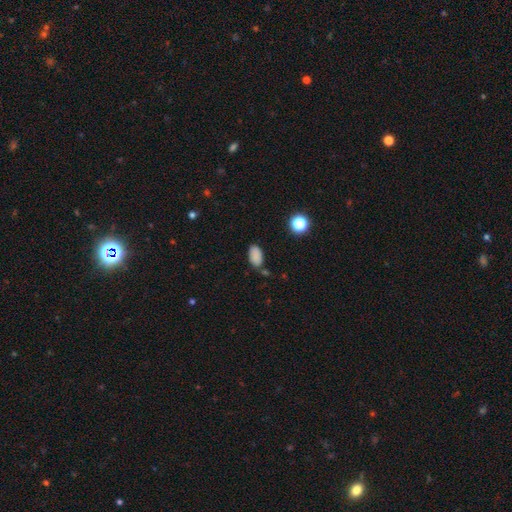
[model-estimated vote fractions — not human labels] Morphology: type=smooth (84%); roundness=in between (92%); merging=none (75%).